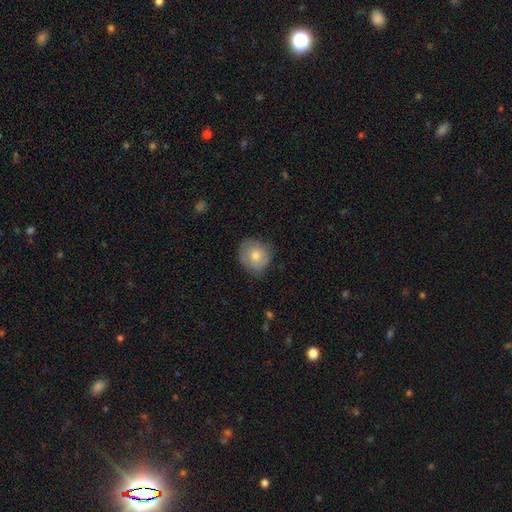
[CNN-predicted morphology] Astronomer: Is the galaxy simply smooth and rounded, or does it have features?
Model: smooth — 68%.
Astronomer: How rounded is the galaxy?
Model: round — 78%.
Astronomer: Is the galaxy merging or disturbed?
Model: none — 74%.